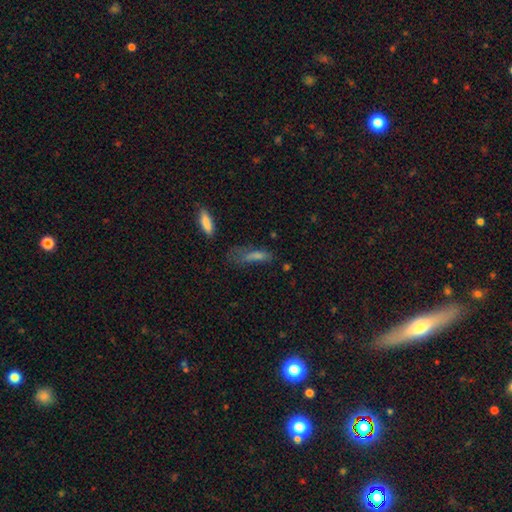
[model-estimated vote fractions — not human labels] A smooth galaxy with no disk features (57%) that is cigar-shaped (64%). Merging: none (41%).